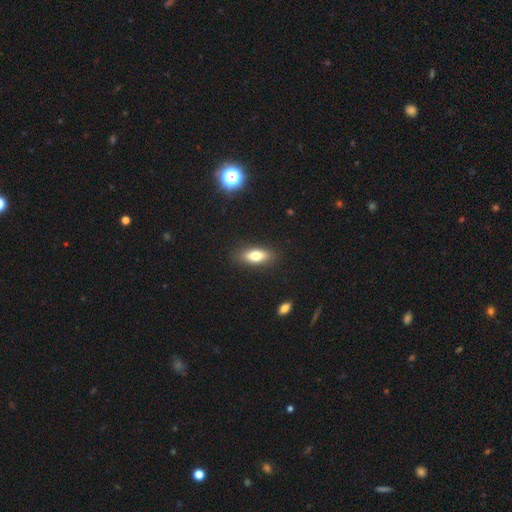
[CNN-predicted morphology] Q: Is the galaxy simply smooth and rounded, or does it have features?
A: smooth — 74%.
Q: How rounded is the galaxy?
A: in between — 75%.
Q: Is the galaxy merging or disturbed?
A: none — 88%.